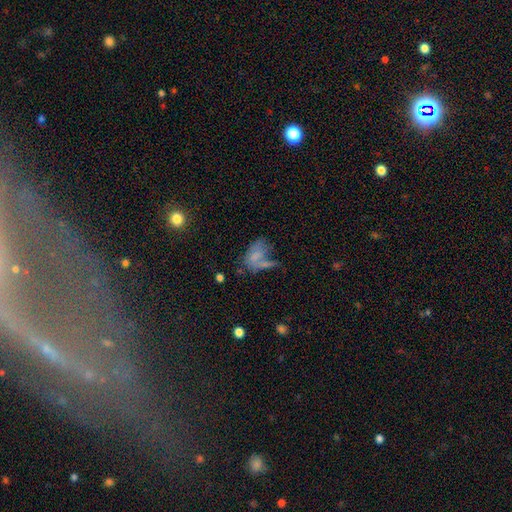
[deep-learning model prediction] Q: Smooth or featured?
A: smooth (61%); runner-up: featured or disk (26%)
Q: How rounded?
A: in between (86%); runner-up: round (9%)
Q: Merging?
A: none (29%); tied with: merger (29%)